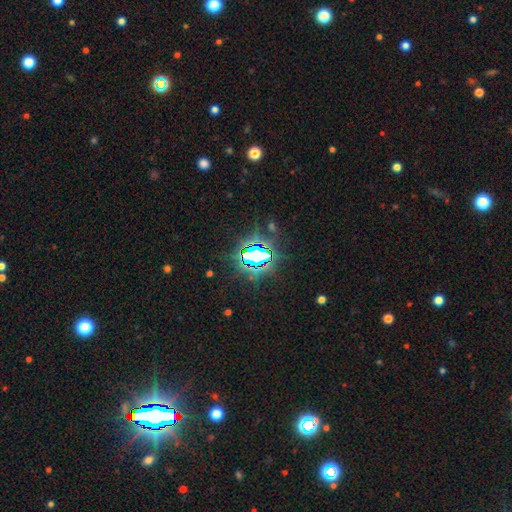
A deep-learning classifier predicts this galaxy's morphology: The model was most divided on "smooth or featured": star or artifact: 77%, smooth: 13%, featured or disk: 10%.